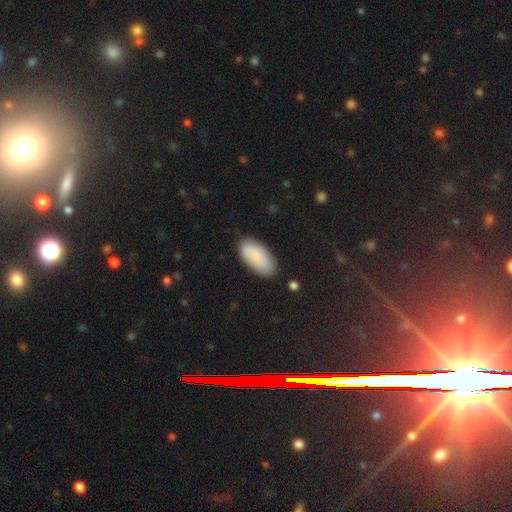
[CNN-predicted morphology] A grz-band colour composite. It shows a smooth galaxy with no disk features (85%) that is in between round and cigar-shaped (93%). Merging: none (83%).